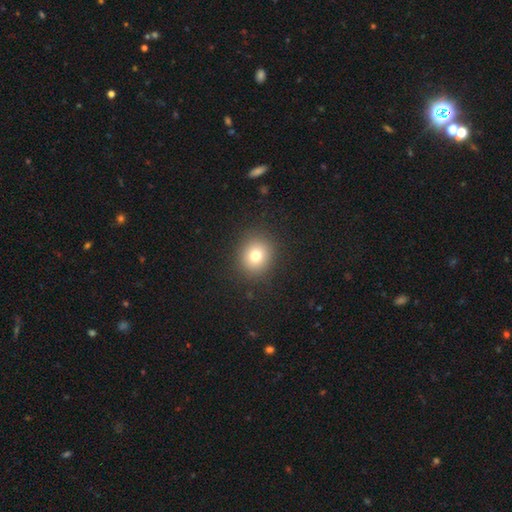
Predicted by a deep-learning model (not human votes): Smooth or featured?
  - smooth: 76% *
  - star or artifact: 13%
  - featured or disk: 10%
How rounded?
  - round: 83% *
  - in between: 16%
  - cigar-shaped: 1%
Merging?
  - none: 89% *
  - minor disturbance: 7%
  - major disturbance: 3%
  - merger: 1%